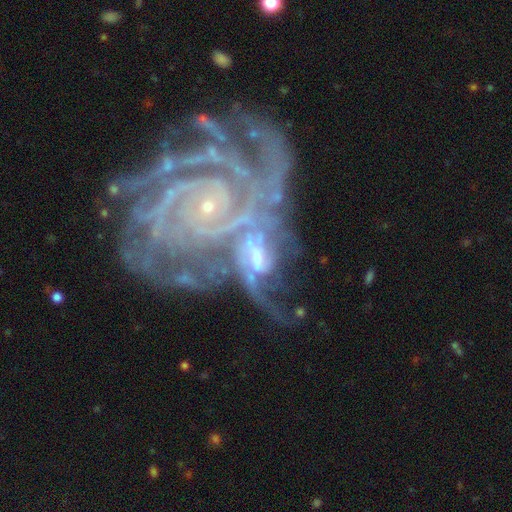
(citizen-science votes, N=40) Smooth or featured?
  - featured or disk: 92% *
  - star or artifact: 5%
  - smooth: 2%
Edge-on disk?
  - no: 100% *
  - yes: 0%
Bar?
  - no: 51% *
  - weak: 30%
  - strong: 19%
Spiral arms?
  - yes: 100% *
  - no: 0%
Spiral winding?
  - tight: 54% *
  - medium: 27%
  - loose: 19%
Spiral arm count?
  - can't tell: 30% *
  - 2: 22%
  - 3: 19%
  - more than 4: 16%
  - 1: 8%
  - 4: 5%
Bulge size?
  - small: 57% *
  - moderate: 38%
  - large: 3%
  - none: 3%
  - dominant: 0%
Merging?
  - merger: 76% *
  - major disturbance: 21%
  - minor disturbance: 3%
  - none: 0%